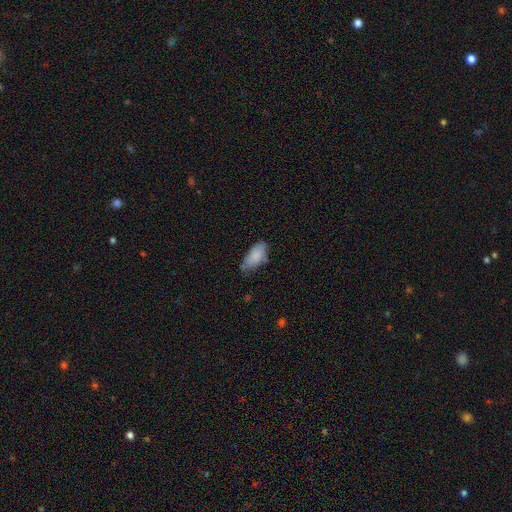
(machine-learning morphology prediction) Smooth or featured? smooth (84%)
How rounded? in between (88%)
Merging? none (55%)